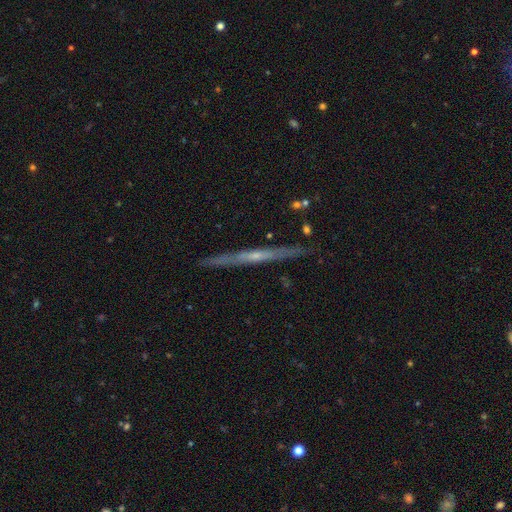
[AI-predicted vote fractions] Morphology: type=featured or disk (71%); edge-on=yes (97%); edge-on bulge=none (55%); merging=none (88%).